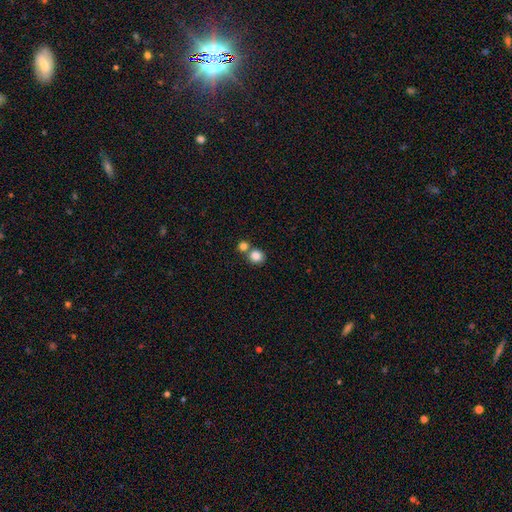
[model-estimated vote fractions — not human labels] A smooth galaxy with no disk features (85%) that is round (84%). Merging: none (55%).